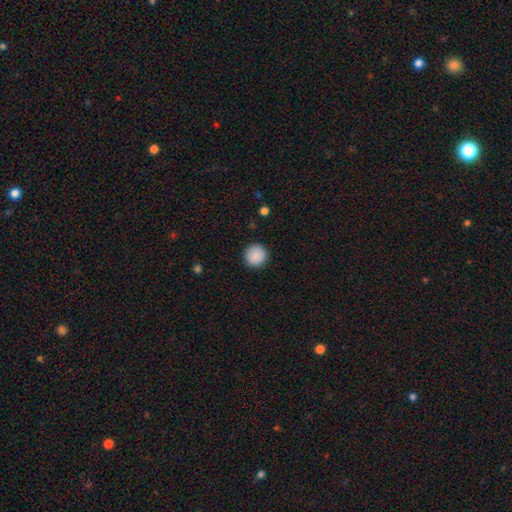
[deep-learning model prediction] Q: Smooth or featured?
A: smooth (90%); runner-up: star or artifact (8%)
Q: How rounded?
A: round (95%); runner-up: in between (4%)
Q: Merging?
A: none (92%); runner-up: minor disturbance (5%)